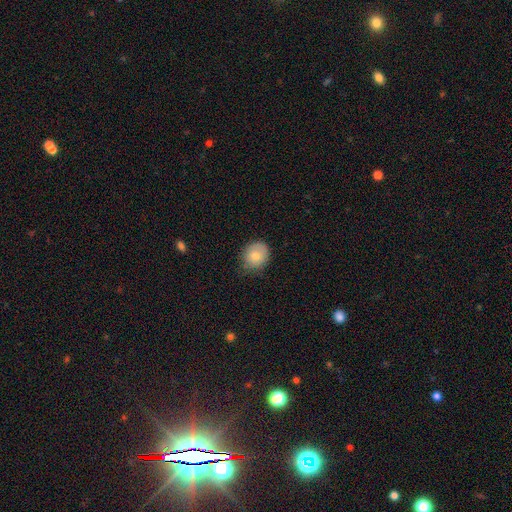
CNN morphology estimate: Smooth or featured? smooth (77%)
How rounded? round (74%)
Merging? none (68%)